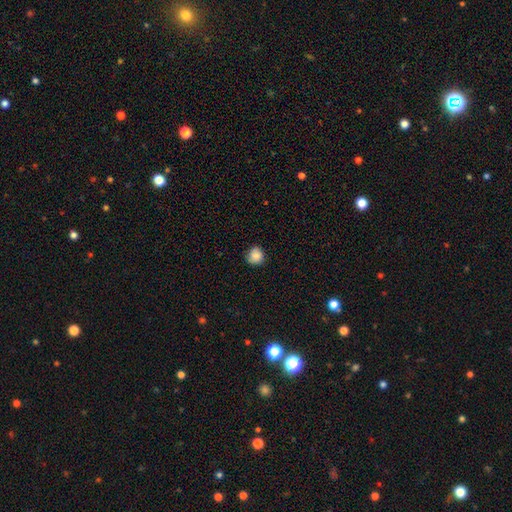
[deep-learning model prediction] Q: Smooth or featured?
A: smooth (84%); runner-up: star or artifact (9%)
Q: How rounded?
A: round (88%); runner-up: in between (11%)
Q: Merging?
A: none (81%); runner-up: minor disturbance (15%)